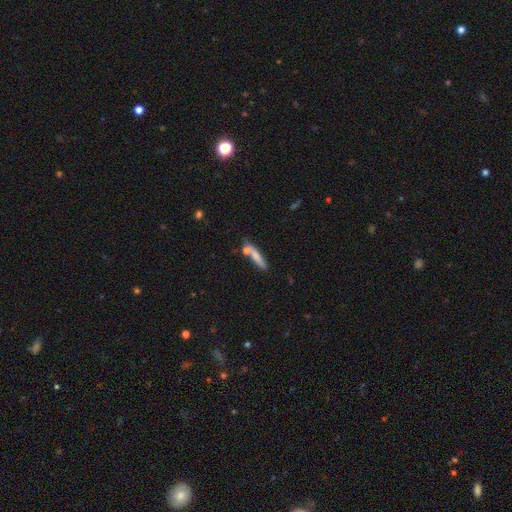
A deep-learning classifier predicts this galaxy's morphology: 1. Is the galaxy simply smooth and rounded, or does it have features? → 73% smooth, 20% featured or disk, 8% star or artifact.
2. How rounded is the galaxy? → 85% cigar-shaped, 13% in between, 2% round.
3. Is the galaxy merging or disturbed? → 65% none, 16% minor disturbance, 15% merger, 4% major disturbance.